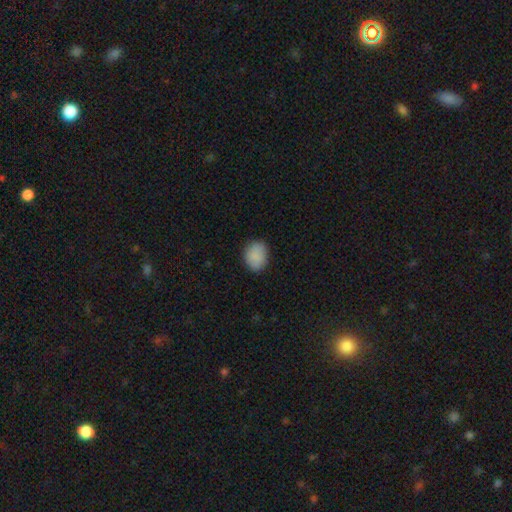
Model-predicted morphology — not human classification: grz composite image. It shows a smooth galaxy with no disk features (87%) that is in between round and cigar-shaped (55%). Merging: none (80%).